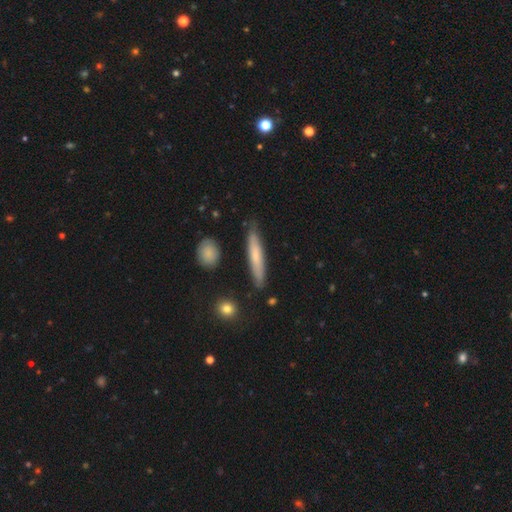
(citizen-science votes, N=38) smooth-or-featured: smooth: 68% | featured or disk: 26% | star or artifact: 5%
  how-rounded: cigar-shaped: 100% | round: 0% | in between: 0%
  merging: none: 78% | minor disturbance: 17% | major disturbance: 3% | merger: 3%